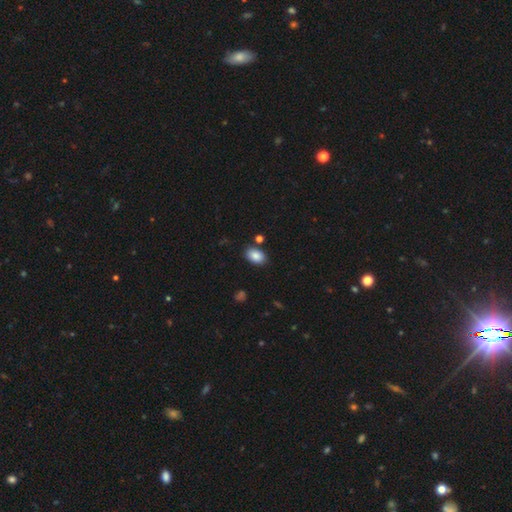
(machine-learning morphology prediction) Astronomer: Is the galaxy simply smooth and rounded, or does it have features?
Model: smooth — 87%.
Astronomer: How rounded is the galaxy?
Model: in between — 87%.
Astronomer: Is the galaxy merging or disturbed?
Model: none — 84%.